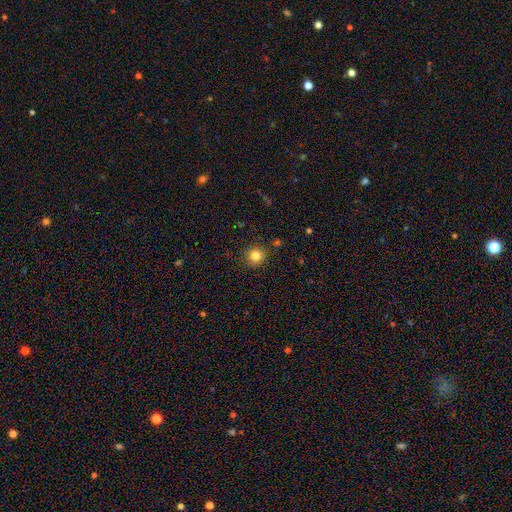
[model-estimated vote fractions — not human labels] smooth_or_featured: smooth (p=0.83) [alt: star or artifact p=0.12]
how_rounded: round (p=0.91) [alt: in between p=0.08]
merging: none (p=0.87) [alt: minor disturbance p=0.09]